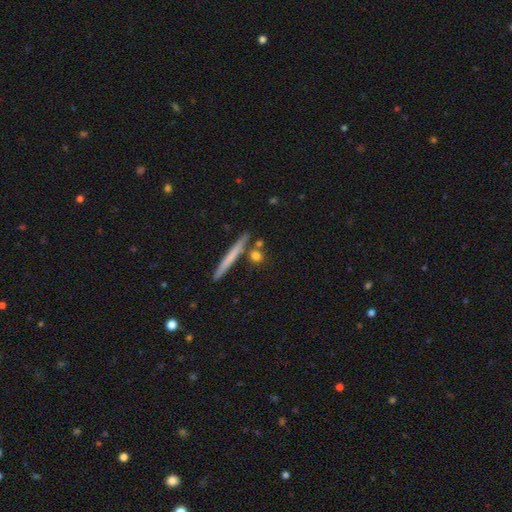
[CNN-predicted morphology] smooth_or_featured: smooth (p=0.74) [alt: featured or disk p=0.18]
how_rounded: round (p=0.53) [alt: cigar-shaped p=0.35]
merging: none (p=0.75) [alt: merger p=0.13]